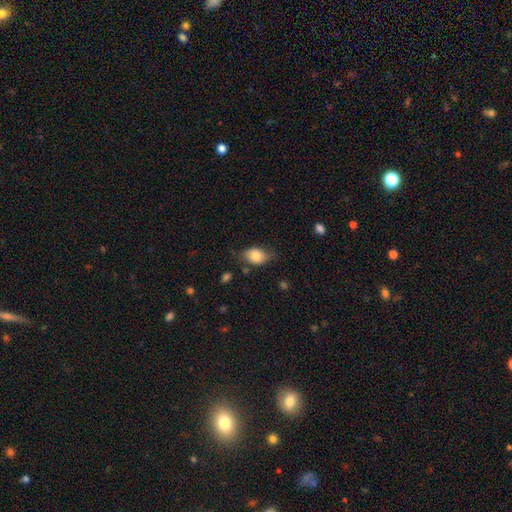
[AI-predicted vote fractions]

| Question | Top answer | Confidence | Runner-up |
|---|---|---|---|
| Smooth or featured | smooth | 82% | featured or disk (10%) |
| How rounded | in between | 80% | round (18%) |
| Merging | none | 68% | minor disturbance (24%) |